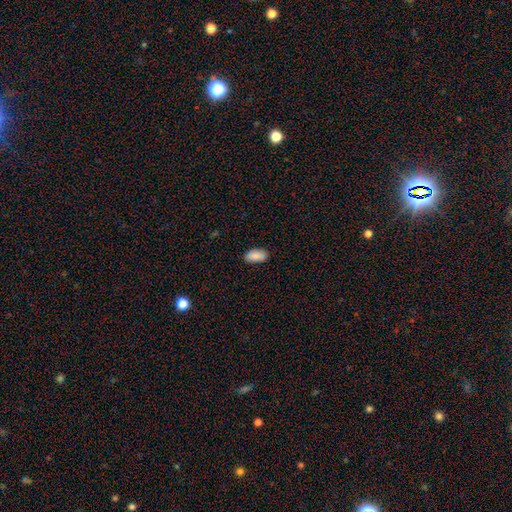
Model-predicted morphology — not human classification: Smooth or featured?
  - smooth: 90% *
  - star or artifact: 7%
  - featured or disk: 3%
How rounded?
  - in between: 94% *
  - cigar-shaped: 4%
  - round: 3%
Merging?
  - none: 86% *
  - minor disturbance: 10%
  - major disturbance: 2%
  - merger: 1%